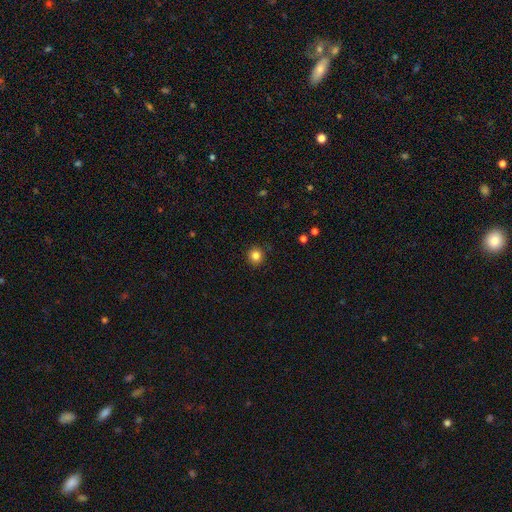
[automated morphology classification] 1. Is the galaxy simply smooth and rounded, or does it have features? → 84% smooth, 12% star or artifact, 5% featured or disk.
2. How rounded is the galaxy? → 92% round, 7% in between, 1% cigar-shaped.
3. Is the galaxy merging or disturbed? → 91% none, 6% minor disturbance, 2% major disturbance, 1% merger.